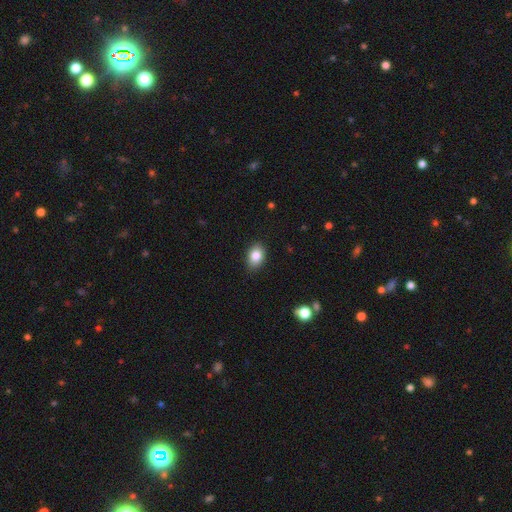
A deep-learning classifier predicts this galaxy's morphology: type=smooth (84%); roundness=in between (80%); merging=none (86%).